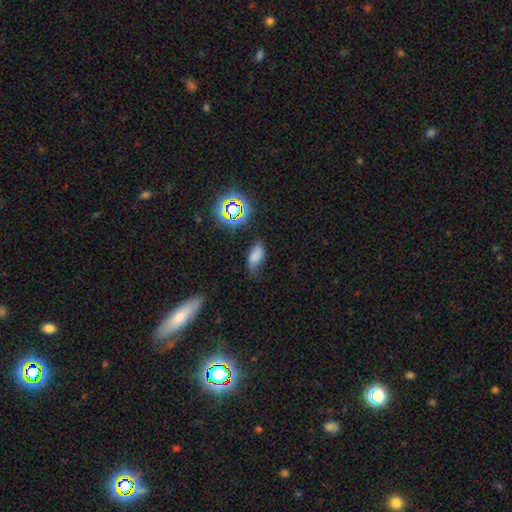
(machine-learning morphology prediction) Smooth or featured: smooth — 67% (star or artifact — 18%)
How rounded: in between — 87% (round — 7%)
Merging: none — 53% (minor disturbance — 32%)